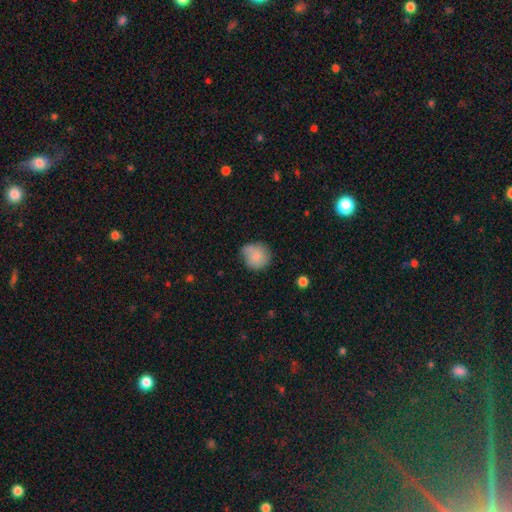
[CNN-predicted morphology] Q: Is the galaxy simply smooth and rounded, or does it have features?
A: smooth — 75%.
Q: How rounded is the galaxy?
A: round — 84%.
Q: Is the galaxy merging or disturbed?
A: none — 56%.